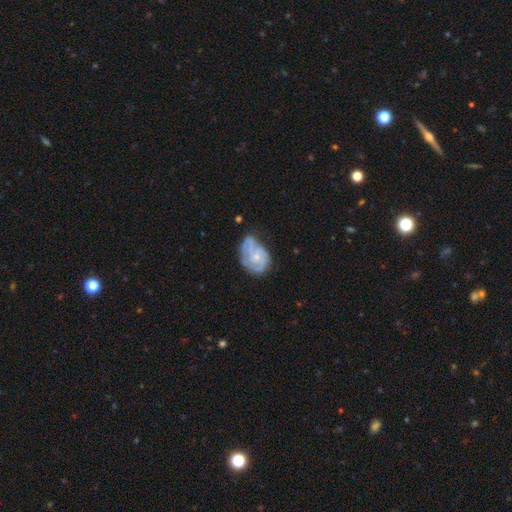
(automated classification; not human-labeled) featured or disk 73%, smooth 21%, star or artifact 6%. Down the decision tree: edge-on disk — no (98%); bar — no (73%); spiral arms — yes (85%); spiral arm count — can't tell (30%); spiral winding — tight (50%); bulge size — small (66%); merging — none (43%).